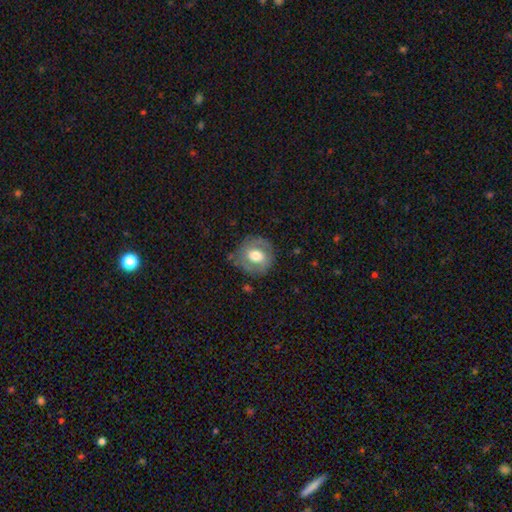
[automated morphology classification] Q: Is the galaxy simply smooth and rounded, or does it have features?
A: smooth — 47%.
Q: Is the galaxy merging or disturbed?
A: none — 76%.